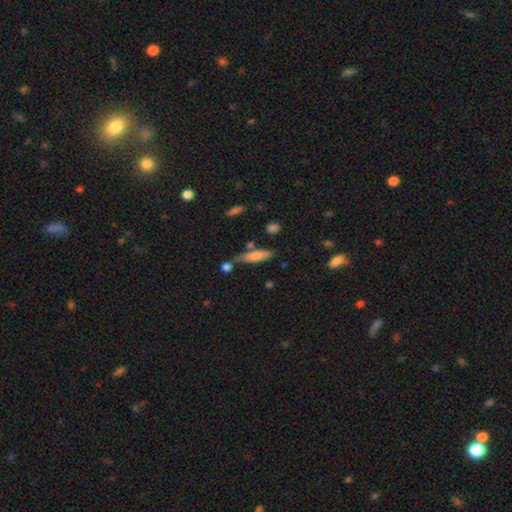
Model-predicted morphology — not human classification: Smooth or featured? Predicted: smooth (p=0.72). How rounded? Predicted: cigar-shaped (p=0.66). Merging? Predicted: none (p=0.64).